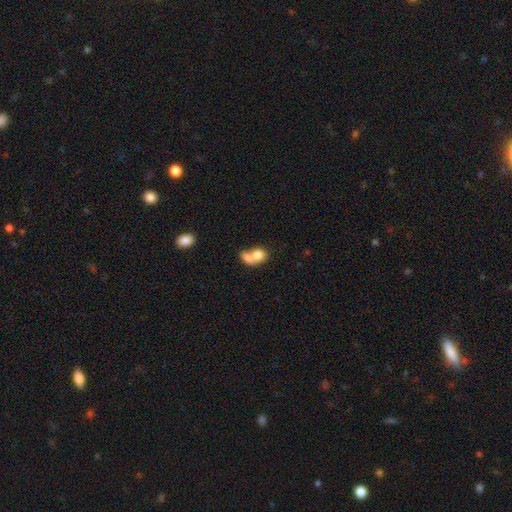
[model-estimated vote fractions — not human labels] This appears to be a smooth galaxy with no disk features (77%) that is in between round and cigar-shaped (54%). Merging: merger (68%).